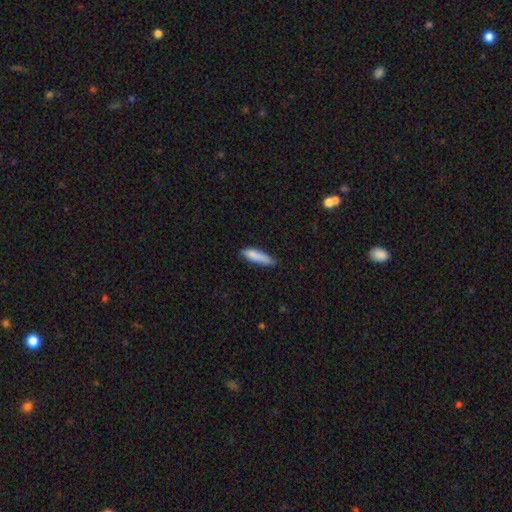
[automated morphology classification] This is clearly a smooth galaxy (85%). How rounded: likely cigar-shaped (73%). Merging: likely none (68%).